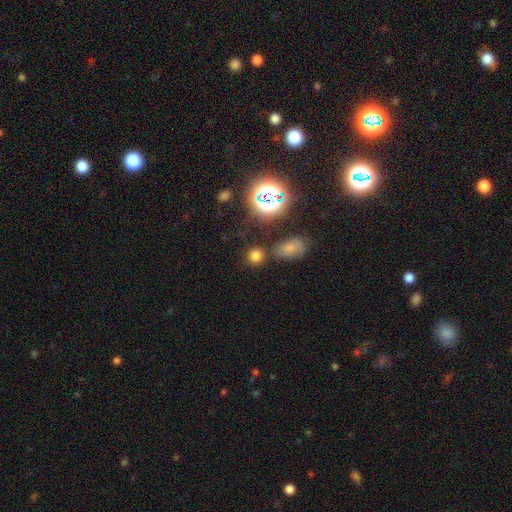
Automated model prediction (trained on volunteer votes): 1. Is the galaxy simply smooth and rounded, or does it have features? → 69% smooth, 25% star or artifact, 6% featured or disk.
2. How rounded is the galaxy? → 84% round, 15% in between, 1% cigar-shaped.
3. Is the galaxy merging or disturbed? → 79% none, 9% minor disturbance, 8% merger, 4% major disturbance.